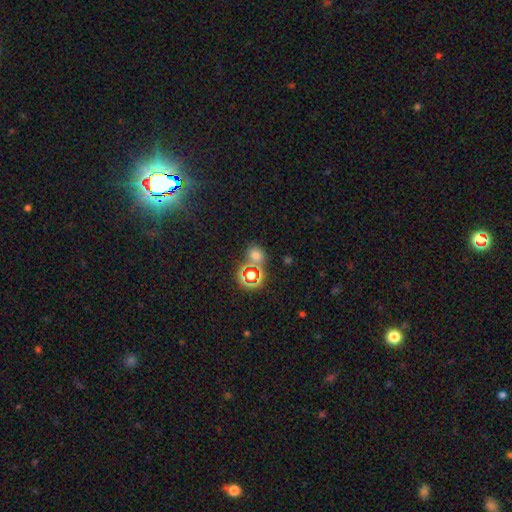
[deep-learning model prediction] A smooth galaxy with no disk features (59%) that is round (71%).

Vote fractions:
- Smooth or featured? smooth: 59% / star or artifact: 34% / featured or disk: 7%
- How rounded? round: 71% / in between: 27% / cigar-shaped: 1%
- Merging? none: 71% / merger: 15% / minor disturbance: 10% / major disturbance: 4%